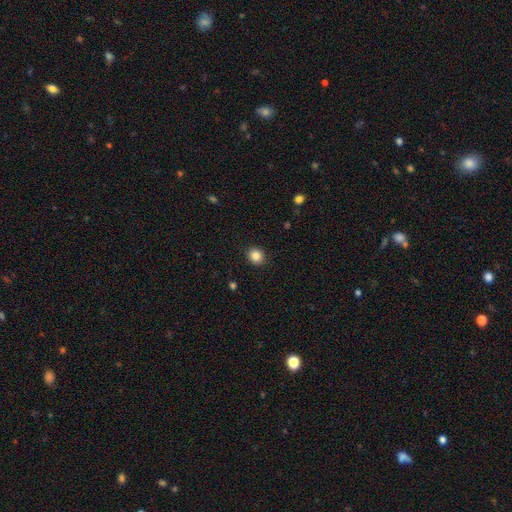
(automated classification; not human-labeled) Overall: smooth (85%). How rounded: round (73%). Merging: none (91%).